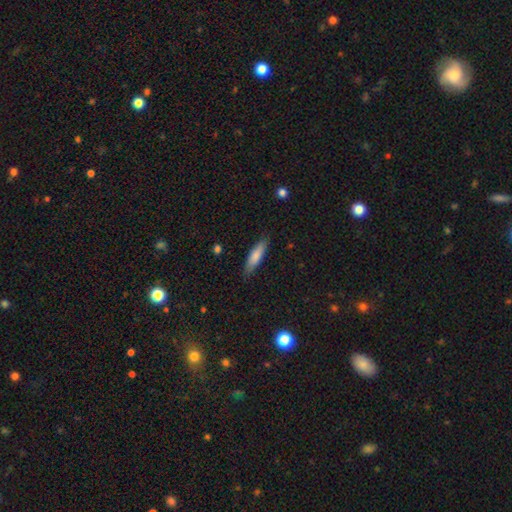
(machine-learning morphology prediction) smooth-or-featured: smooth: 79% | featured or disk: 15% | star or artifact: 6%
  how-rounded: cigar-shaped: 68% | in between: 31% | round: 1%
  merging: none: 84% | minor disturbance: 12% | major disturbance: 2% | merger: 1%